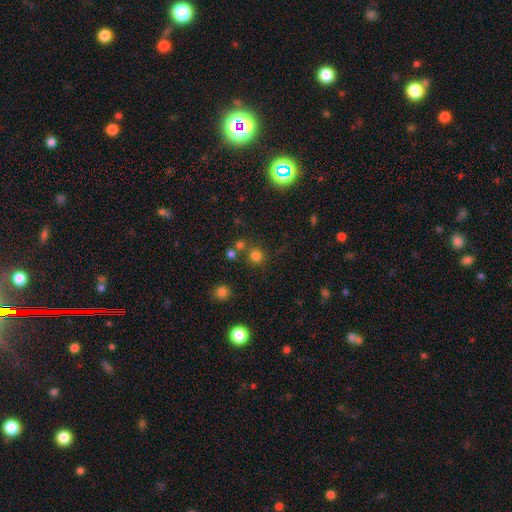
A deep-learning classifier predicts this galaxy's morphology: A smooth galaxy with no disk features (75%) that is round (92%).

Vote fractions:
- Smooth or featured? smooth: 75% / star or artifact: 20% / featured or disk: 6%
- How rounded? round: 92% / in between: 7% / cigar-shaped: 1%
- Merging? none: 74% / merger: 15% / minor disturbance: 8% / major disturbance: 4%